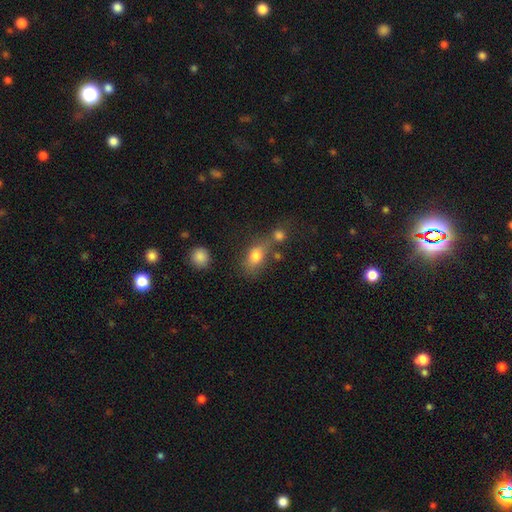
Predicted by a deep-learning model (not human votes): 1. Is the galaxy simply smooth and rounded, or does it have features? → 76% smooth, 12% featured or disk, 11% star or artifact.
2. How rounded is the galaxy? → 75% in between, 20% round, 5% cigar-shaped.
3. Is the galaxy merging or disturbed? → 47% none, 26% merger, 17% minor disturbance, 10% major disturbance.